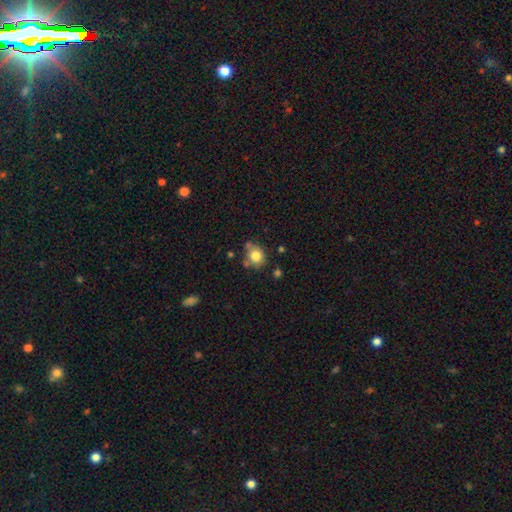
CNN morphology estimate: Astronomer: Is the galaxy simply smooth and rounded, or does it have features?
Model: smooth — 78%.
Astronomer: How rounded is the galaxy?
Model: round — 65%.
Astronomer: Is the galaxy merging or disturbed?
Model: none — 58%.